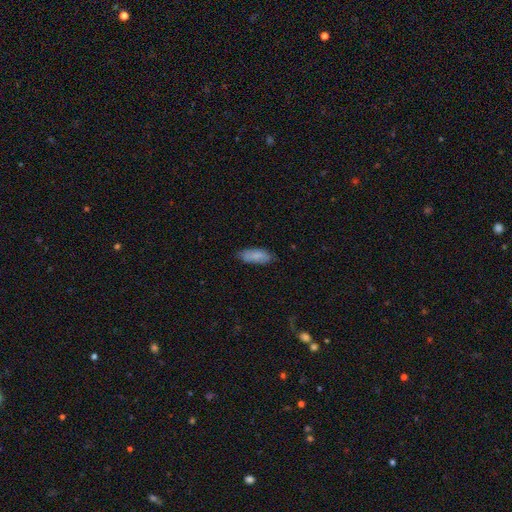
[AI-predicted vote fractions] This appears to be a smooth galaxy with no disk features (81%) that is in between round and cigar-shaped (82%). Merging: none (77%).